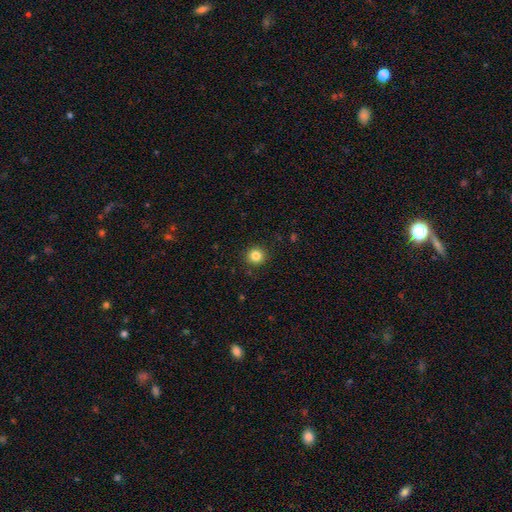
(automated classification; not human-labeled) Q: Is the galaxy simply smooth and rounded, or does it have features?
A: smooth — 84%.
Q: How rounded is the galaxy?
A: round — 93%.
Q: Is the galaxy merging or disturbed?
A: none — 91%.